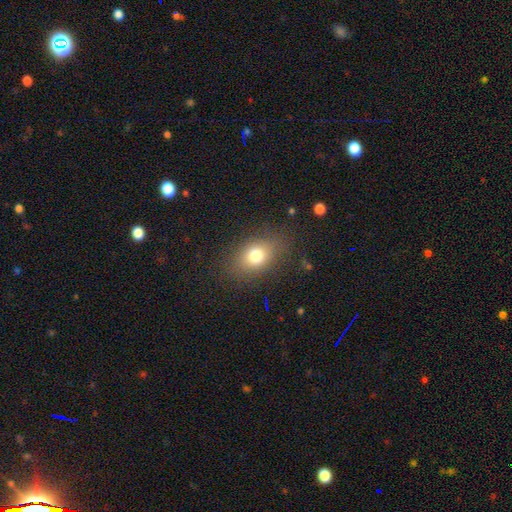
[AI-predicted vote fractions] Q: Smooth or featured?
A: smooth (75%); runner-up: star or artifact (13%)
Q: How rounded?
A: in between (70%); runner-up: round (28%)
Q: Merging?
A: none (81%); runner-up: minor disturbance (12%)